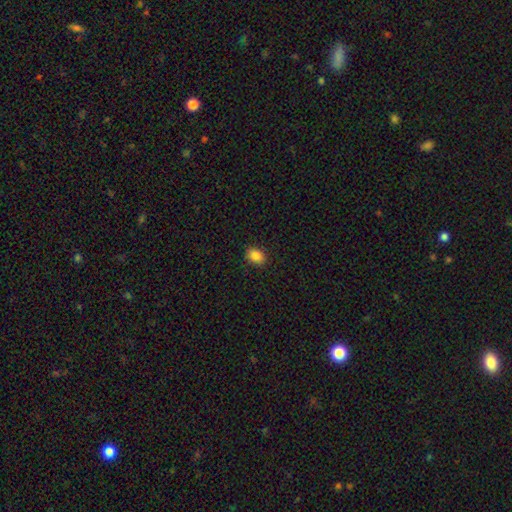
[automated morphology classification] Smooth or featured? smooth (86%)
How rounded? in between (59%)
Merging? none (88%)